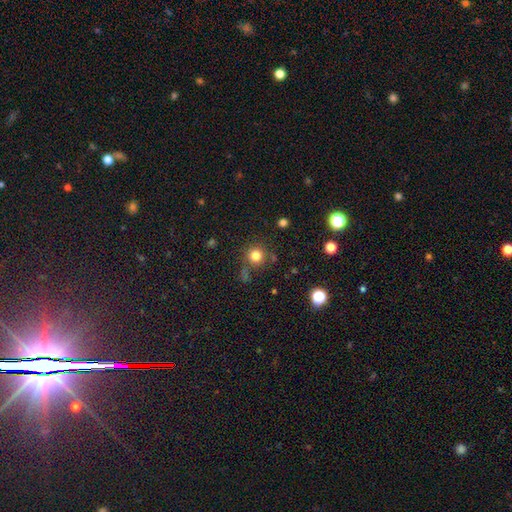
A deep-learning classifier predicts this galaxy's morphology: Smooth or featured? Predicted: smooth (p=0.79). How rounded? Predicted: round (p=0.94). Merging? Predicted: none (p=0.79).